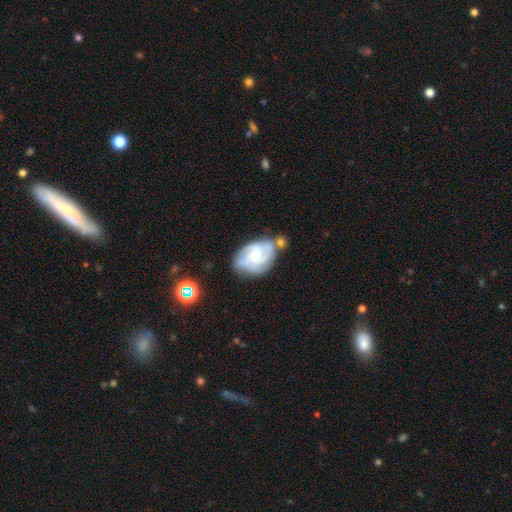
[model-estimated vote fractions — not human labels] featured or disk 79%, smooth 15%, star or artifact 6%. Down the decision tree: edge-on disk — no (97%); bar — no (58%); spiral arms — yes (94%); spiral arm count — 3 (40%); spiral winding — tight (47%); bulge size — small (48%); merging — none (56%).